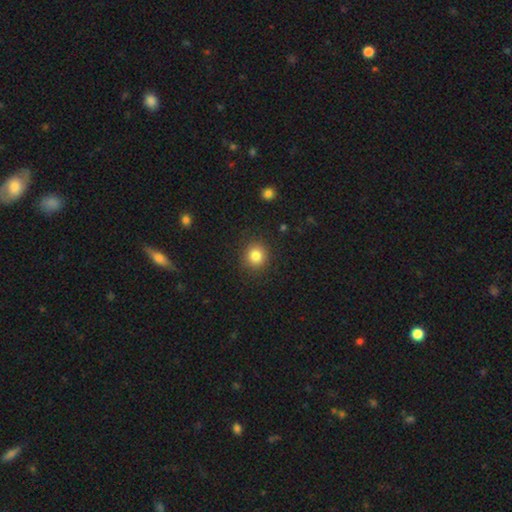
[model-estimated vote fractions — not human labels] smooth 84%, star or artifact 11%, featured or disk 6%. Down the decision tree: how rounded — round (87%); merging — none (89%).